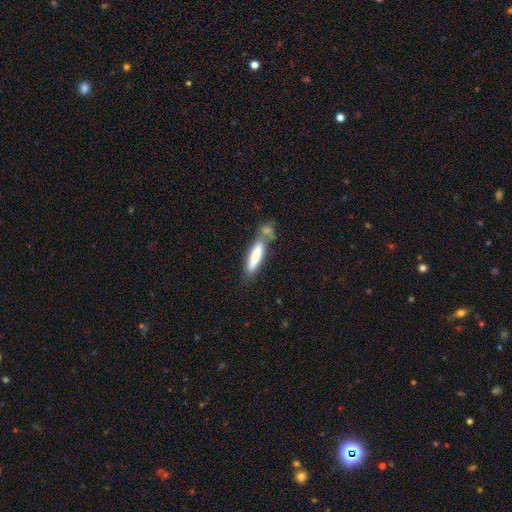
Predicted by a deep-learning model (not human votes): The model was most divided on "merging": none: 44%, merger: 34%, minor disturbance: 16%, major disturbance: 6%. More confident: how rounded — cigar-shaped (77%); smooth or featured — smooth (74%).